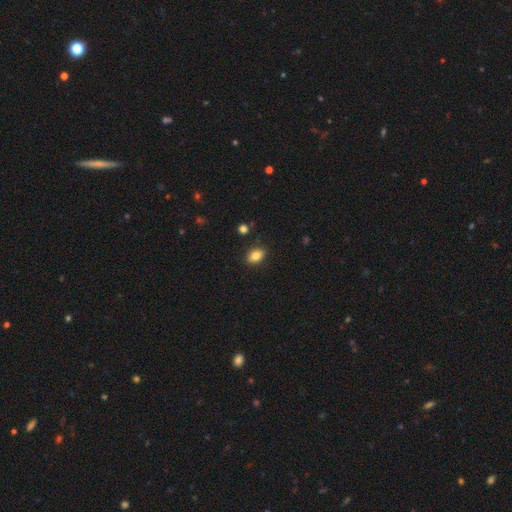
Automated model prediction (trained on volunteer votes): This is clearly a smooth galaxy (82%). How rounded: clearly in between (83%). Merging: clearly none (87%).